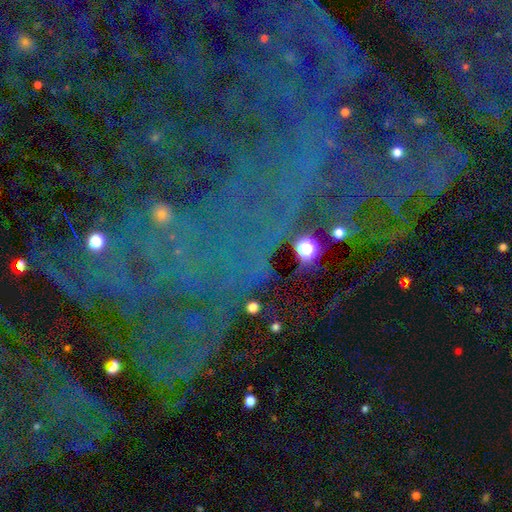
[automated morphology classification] This is clearly a star or artifact rather than a galaxy (83%).